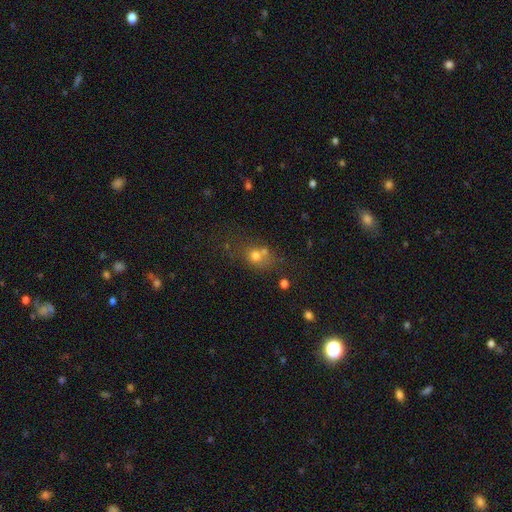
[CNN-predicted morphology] This is likely a smooth galaxy (68%). How rounded: likely round (61%). Merging: possibly none (49%).